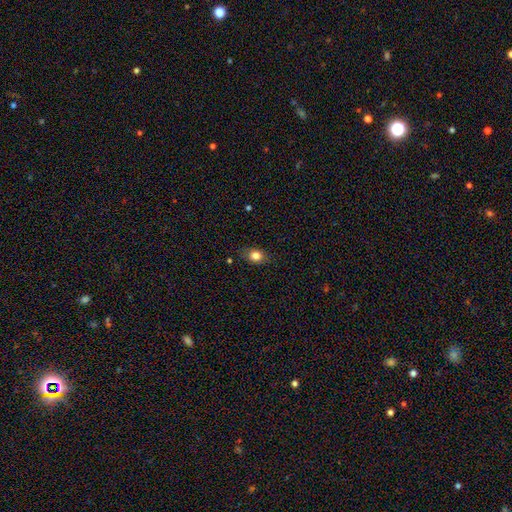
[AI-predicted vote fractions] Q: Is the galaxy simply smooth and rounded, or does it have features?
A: smooth — 81%.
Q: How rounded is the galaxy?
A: in between — 54%.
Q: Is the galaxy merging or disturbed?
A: none — 81%.